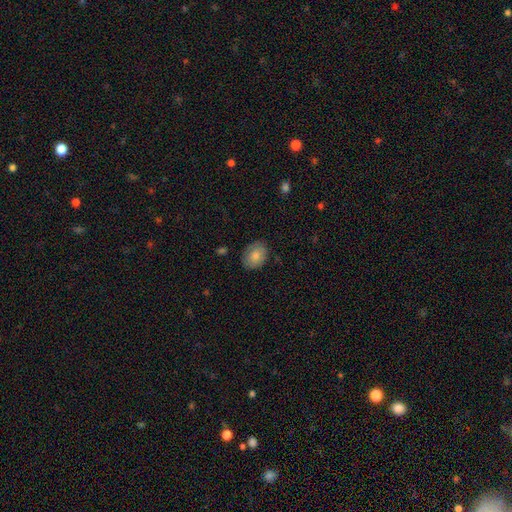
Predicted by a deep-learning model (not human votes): Smooth or featured?
  - smooth: 83% *
  - featured or disk: 10%
  - star or artifact: 7%
How rounded?
  - in between: 64% *
  - round: 35%
  - cigar-shaped: 1%
Merging?
  - none: 83% *
  - minor disturbance: 13%
  - major disturbance: 3%
  - merger: 1%